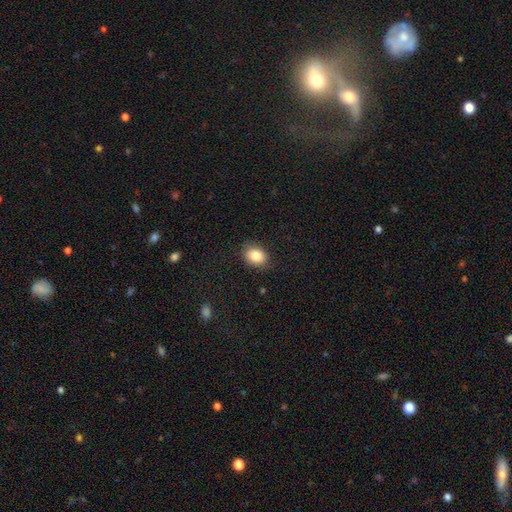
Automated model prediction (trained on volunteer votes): smooth_or_featured: smooth (p=0.85) [alt: star or artifact p=0.09]
how_rounded: in between (p=0.66) [alt: round p=0.33]
merging: none (p=0.83) [alt: minor disturbance p=0.13]